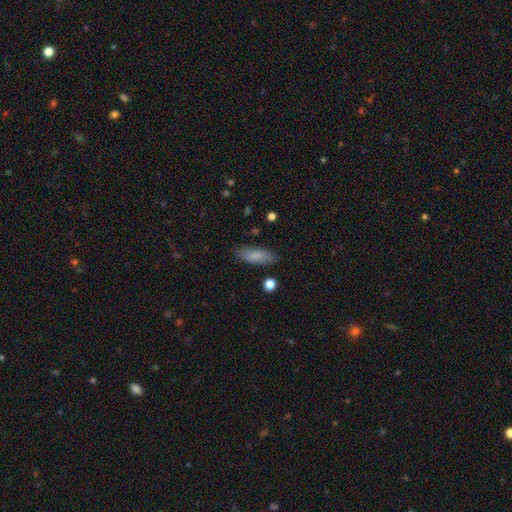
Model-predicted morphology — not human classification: smooth_or_featured: smooth (p=0.84) [alt: featured or disk p=0.09]
how_rounded: in between (p=0.56) [alt: cigar-shaped p=0.42]
merging: none (p=0.85) [alt: minor disturbance p=0.10]